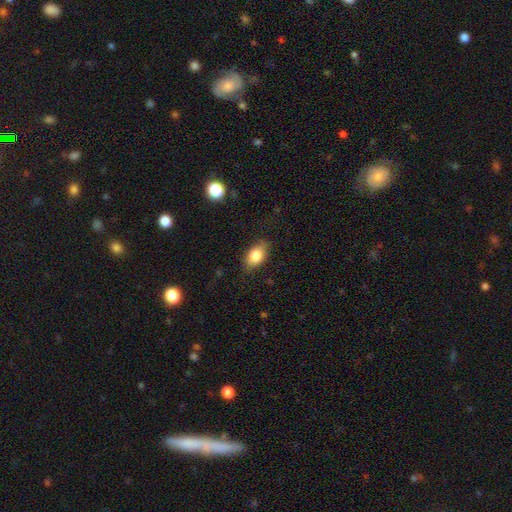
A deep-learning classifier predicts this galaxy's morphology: The model was most divided on "merging": none: 81%, minor disturbance: 15%, major disturbance: 3%, merger: 1%. More confident: how rounded — in between (84%); smooth or featured — smooth (81%).